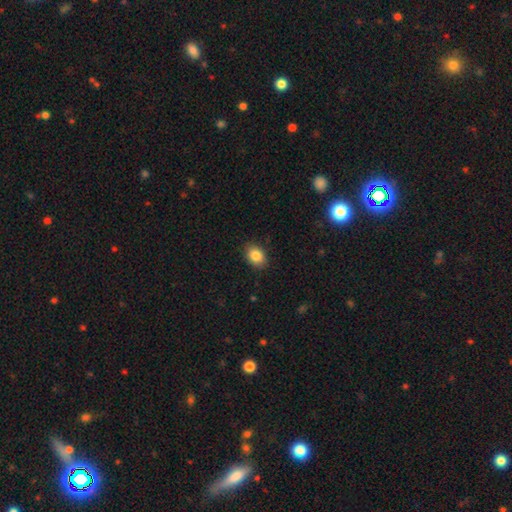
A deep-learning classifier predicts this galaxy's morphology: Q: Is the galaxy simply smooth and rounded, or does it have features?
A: smooth — 86%.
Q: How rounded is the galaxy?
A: in between — 75%.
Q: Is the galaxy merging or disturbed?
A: none — 87%.